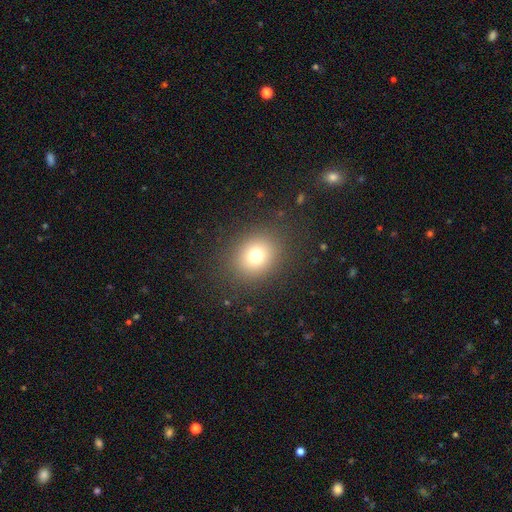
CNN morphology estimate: Overall: smooth (74%). How rounded: round (68%; in between 31%). Merging: none (87%).